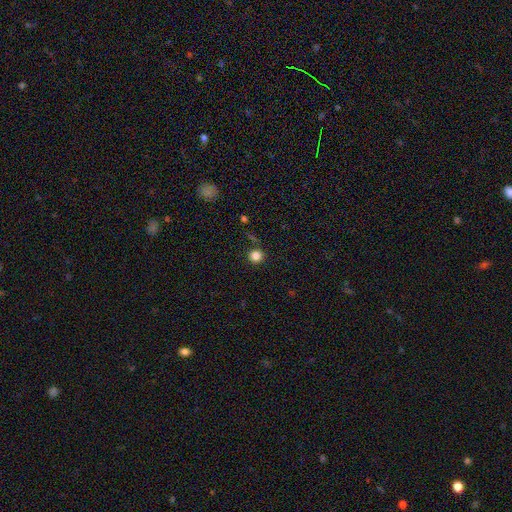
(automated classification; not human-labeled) Smooth or featured: smooth — 83% (star or artifact — 13%)
How rounded: round — 94% (in between — 5%)
Merging: none — 84% (minor disturbance — 8%)